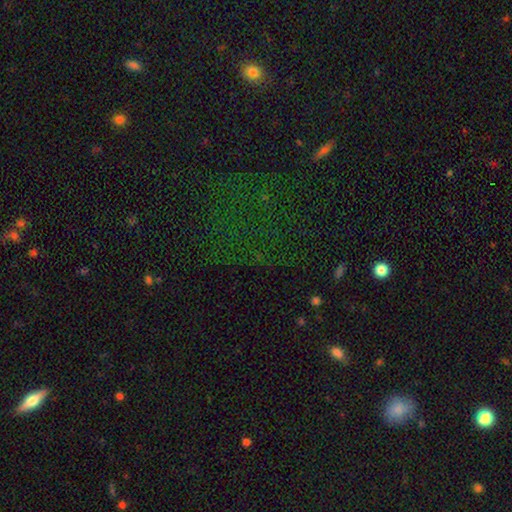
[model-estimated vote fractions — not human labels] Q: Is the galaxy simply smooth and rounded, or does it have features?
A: star or artifact — 64%.